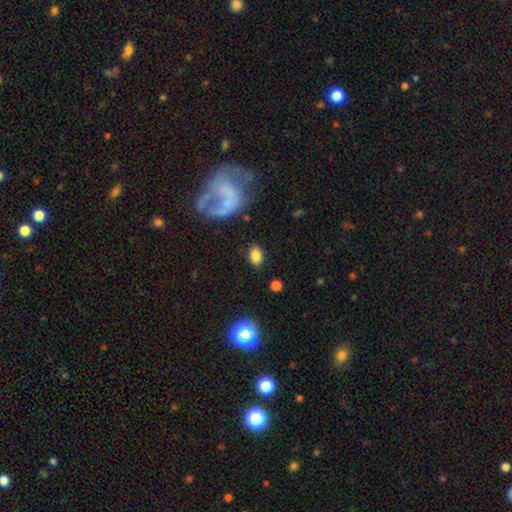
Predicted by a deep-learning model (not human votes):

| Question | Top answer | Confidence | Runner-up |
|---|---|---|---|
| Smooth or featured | smooth | 81% | star or artifact (10%) |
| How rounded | in between | 75% | round (23%) |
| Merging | none | 82% | minor disturbance (12%) |